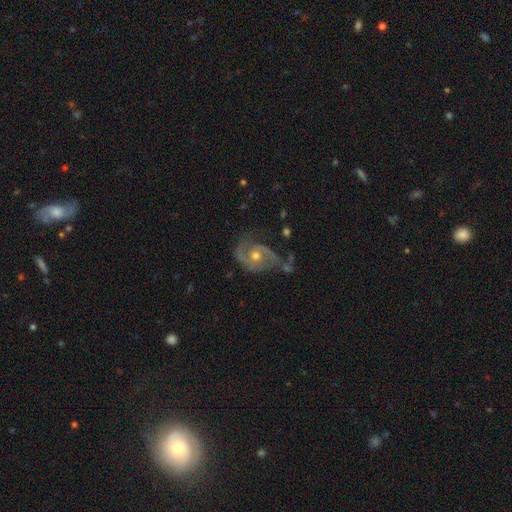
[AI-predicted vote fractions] featured or disk 84%, smooth 9%, star or artifact 7%. Down the decision tree: edge-on disk — no (97%); bar — no (68%); spiral arms — yes (94%); spiral arm count — 2 (82%); spiral winding — medium (49%); bulge size — moderate (71%); merging — none (55%).